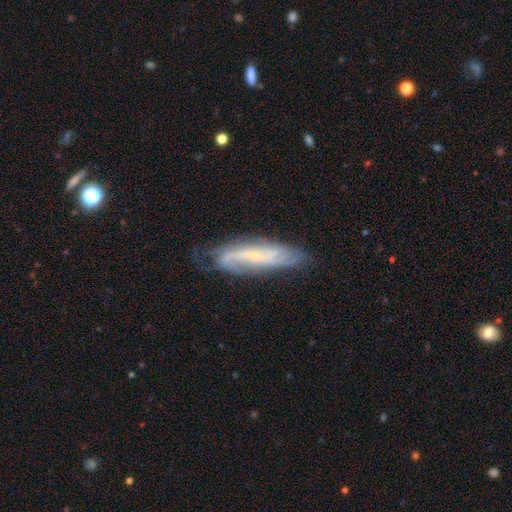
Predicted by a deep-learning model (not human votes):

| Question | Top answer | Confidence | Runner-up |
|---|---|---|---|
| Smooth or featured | featured or disk | 68% | smooth (25%) |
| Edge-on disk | no | 72% | yes (28%) |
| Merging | none | 62% | minor disturbance (25%) |